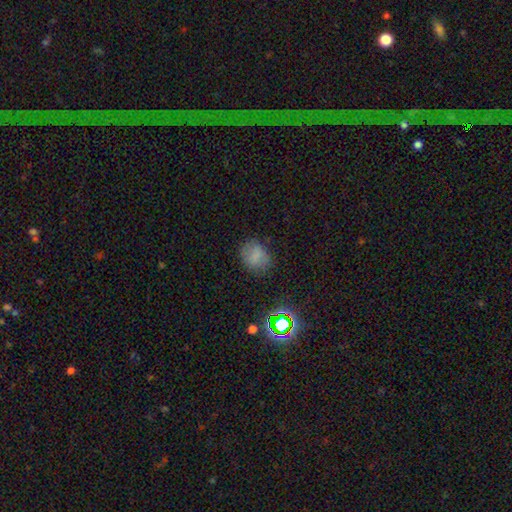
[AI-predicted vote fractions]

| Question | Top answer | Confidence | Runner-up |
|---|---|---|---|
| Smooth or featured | smooth | 70% | star or artifact (17%) |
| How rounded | round | 59% | in between (39%) |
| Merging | none | 71% | minor disturbance (20%) |